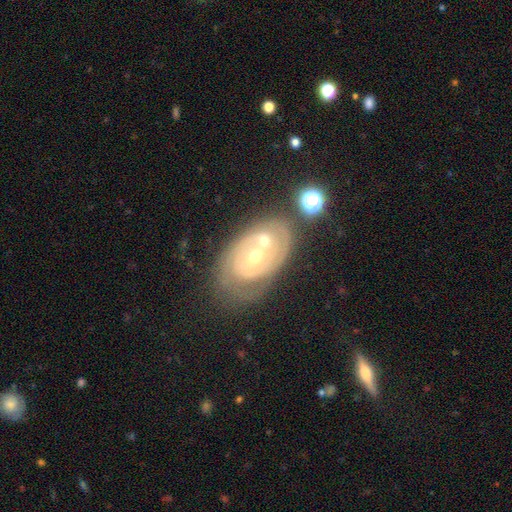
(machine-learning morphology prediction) Smooth or featured?
  - featured or disk: 75% *
  - smooth: 17%
  - star or artifact: 8%
Edge-on disk?
  - no: 96% *
  - yes: 4%
Bar?
  - no: 76% *
  - weak: 18%
  - strong: 5%
Spiral arms?
  - yes: 66% *
  - no: 34%
Bulge size?
  - moderate: 50% *
  - small: 45%
  - large: 2%
  - none: 1%
  - dominant: 1%
Merging?
  - none: 37% *
  - merger: 35%
  - minor disturbance: 17%
  - major disturbance: 11%